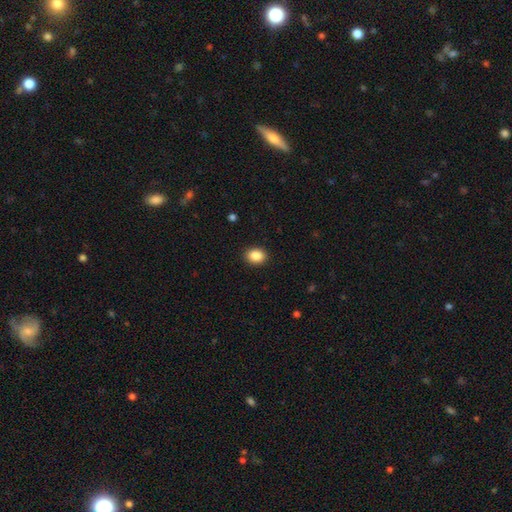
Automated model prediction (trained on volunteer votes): A smooth galaxy with no disk features (88%) that is in between round and cigar-shaped (56%).

Vote fractions:
- Smooth or featured? smooth: 88% / star or artifact: 9% / featured or disk: 4%
- How rounded? in between: 56% / round: 43% / cigar-shaped: 1%
- Merging? none: 90% / minor disturbance: 7% / major disturbance: 2% / merger: 1%